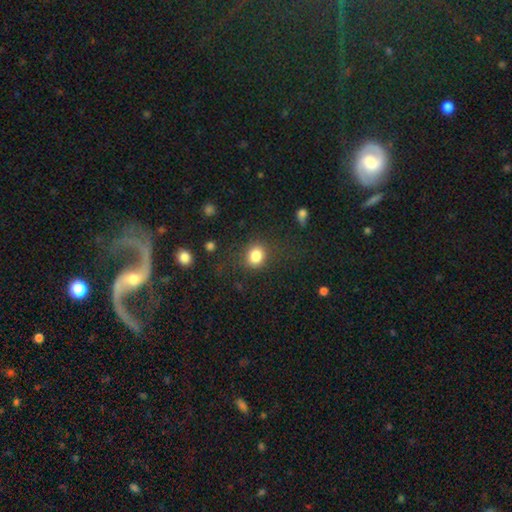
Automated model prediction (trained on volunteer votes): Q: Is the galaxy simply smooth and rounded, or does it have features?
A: smooth — 84%.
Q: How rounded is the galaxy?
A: round — 65%.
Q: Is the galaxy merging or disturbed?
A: none — 76%.